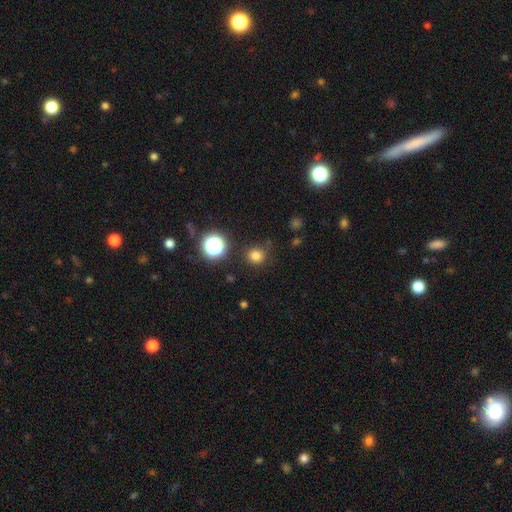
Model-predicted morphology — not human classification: The model was most divided on "smooth or featured": smooth: 78%, star or artifact: 17%, featured or disk: 5%. More confident: how rounded — round (90%); merging — none (84%).